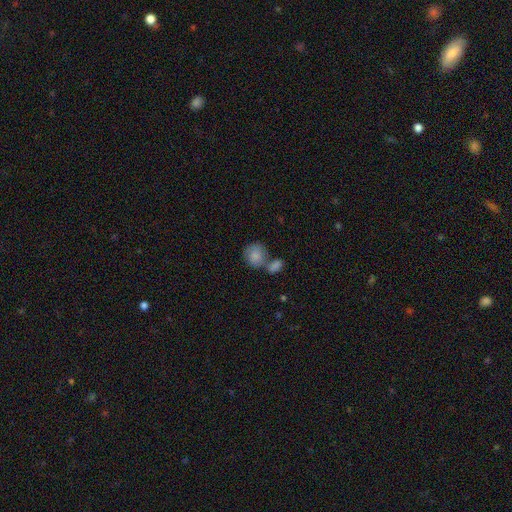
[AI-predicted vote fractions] A smooth galaxy with no disk features (84%) that is round (67%). Merging: merger (46%).